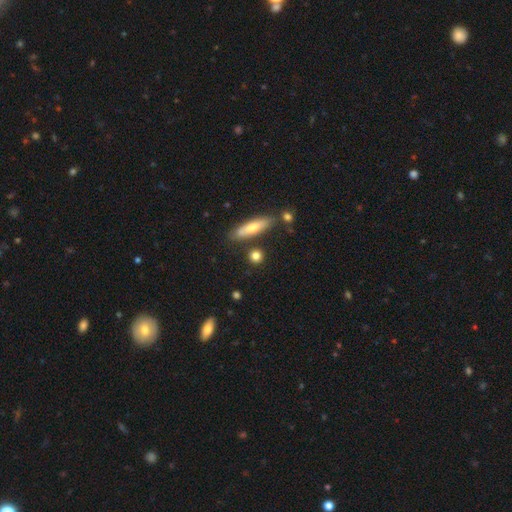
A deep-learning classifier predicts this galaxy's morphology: This appears to be a smooth galaxy with no disk features (78%) that is round (64%). Merging: none (79%).